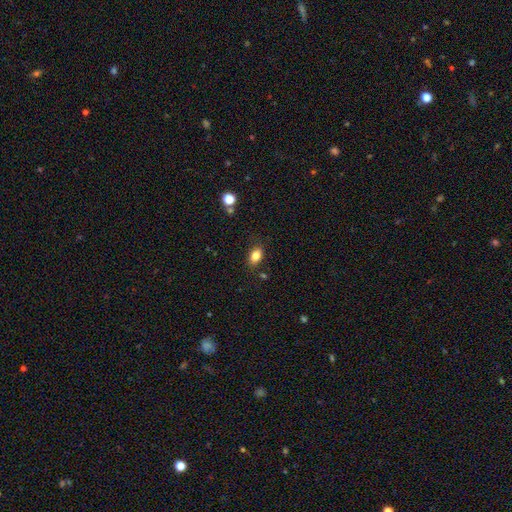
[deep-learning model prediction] This is clearly a smooth galaxy (83%). How rounded: clearly in between (84%). Merging: clearly none (83%).